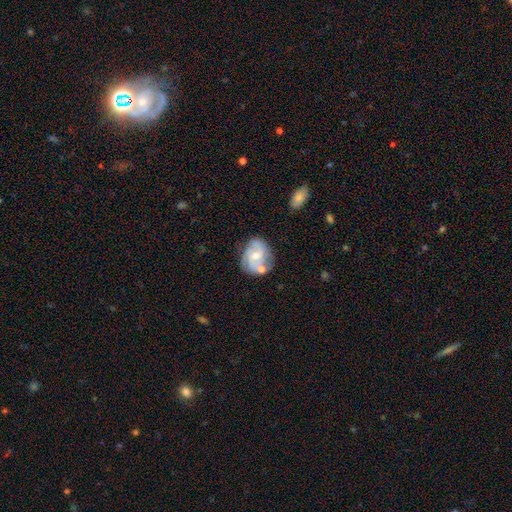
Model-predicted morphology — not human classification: A featured or disk galaxy (72%) with no bar (63%), 3 (35%) medium (46%) spiral arms (90%) and a small central bulge (49%). Merging: none (57%).